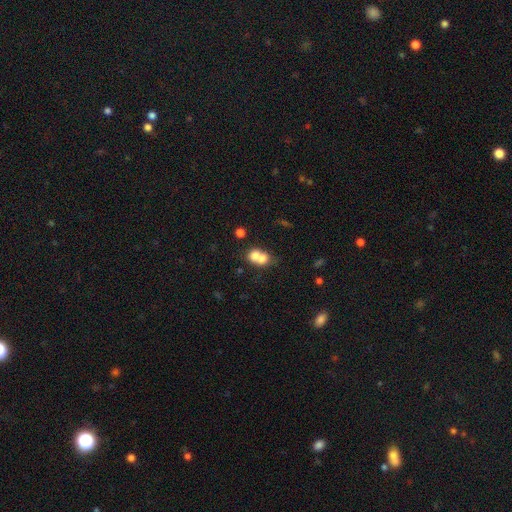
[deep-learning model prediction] smooth-or-featured: smooth: 71% | featured or disk: 19% | star or artifact: 10%
  how-rounded: round: 62% | in between: 37% | cigar-shaped: 1%
  merging: merger: 69% | none: 22% | minor disturbance: 6% | major disturbance: 3%